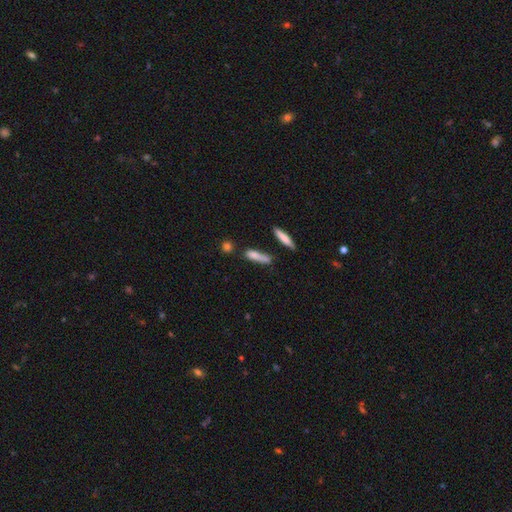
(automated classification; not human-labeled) Smooth or featured?
  - smooth: 76% *
  - featured or disk: 15%
  - star or artifact: 8%
How rounded?
  - cigar-shaped: 76% *
  - in between: 21%
  - round: 4%
Merging?
  - none: 57% *
  - minor disturbance: 21%
  - merger: 14%
  - major disturbance: 8%